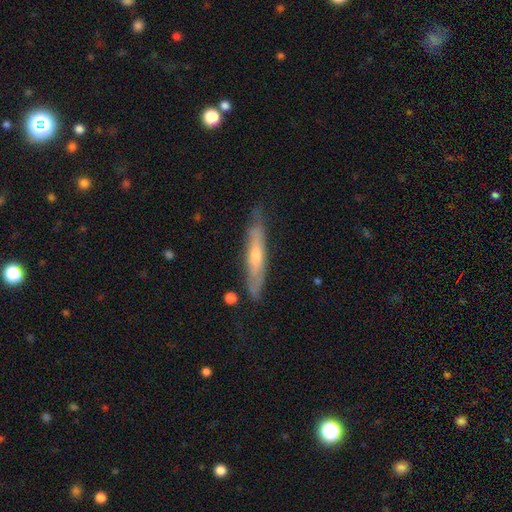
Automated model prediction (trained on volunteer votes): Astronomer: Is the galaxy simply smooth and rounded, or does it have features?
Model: featured or disk — 56% (runner-up: smooth, 38%).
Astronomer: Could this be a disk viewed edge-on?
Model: yes — 76%.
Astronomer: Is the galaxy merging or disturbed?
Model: none — 75%.